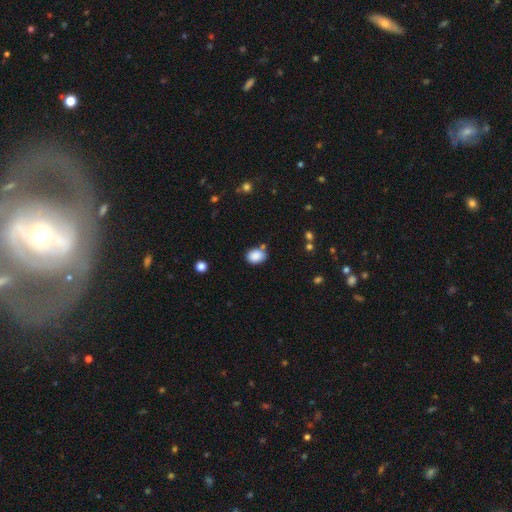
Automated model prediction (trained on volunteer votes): smooth 88%, star or artifact 8%, featured or disk 4%. Down the decision tree: how rounded — in between (66%); merging — none (72%).